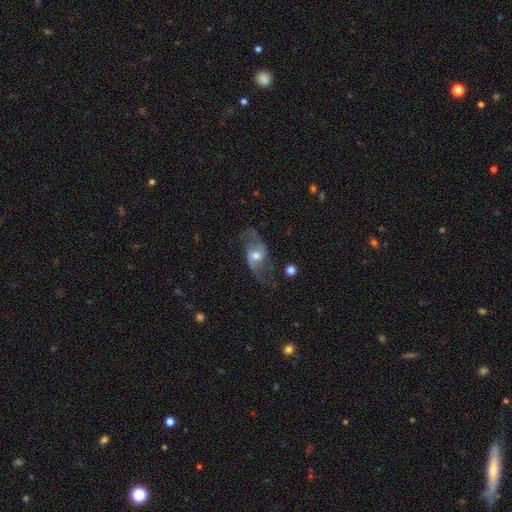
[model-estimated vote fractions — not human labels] This is likely a featured or disk galaxy (80%). It is clearly not viewed edge-on (95%). Bar: possibly no (48%). Spiral arm pattern: clearly yes (91%). Spiral arm count: clearly 2 (92%). Spiral winding: likely loose (74%). Central bulge: likely moderate (68%). Merging: likely none (64%).